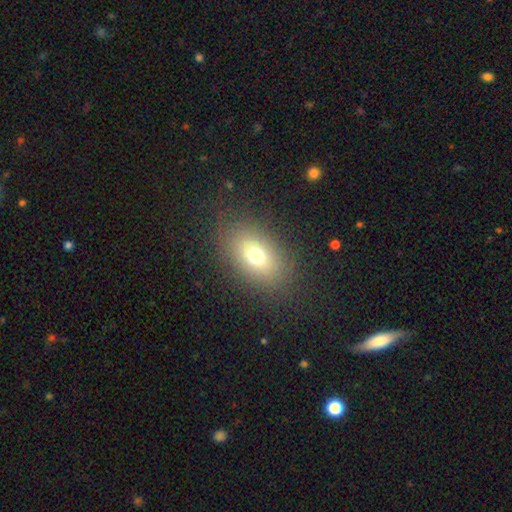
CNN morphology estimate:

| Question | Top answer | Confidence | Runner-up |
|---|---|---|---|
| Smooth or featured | smooth | 70% | featured or disk (16%) |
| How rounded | in between | 77% | round (20%) |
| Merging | none | 82% | minor disturbance (11%) |